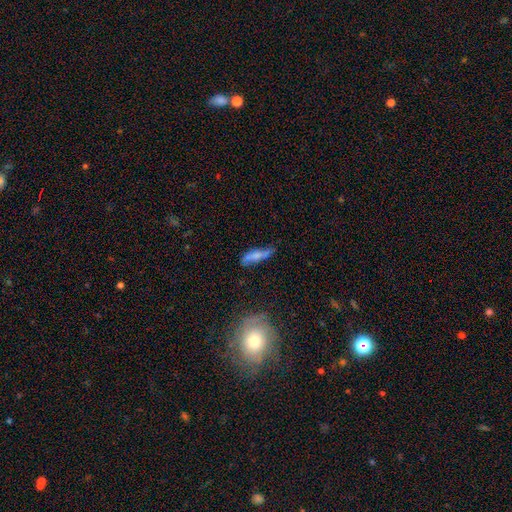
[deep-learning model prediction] Smooth or featured? smooth (61%)
How rounded? cigar-shaped (69%)
Merging? none (63%)